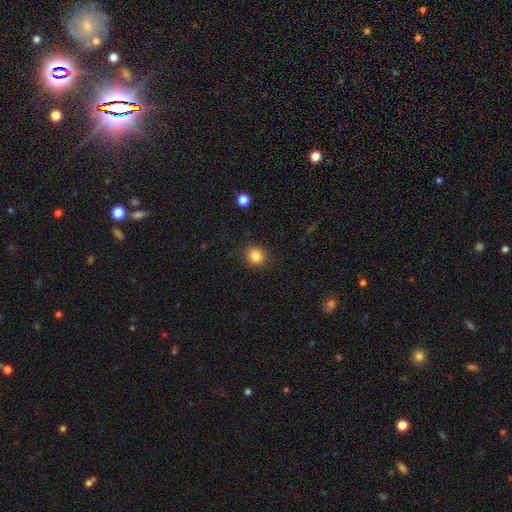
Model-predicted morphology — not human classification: Smooth or featured? Predicted: smooth (p=0.85). How rounded? Predicted: round (p=0.83). Merging? Predicted: none (p=0.89).